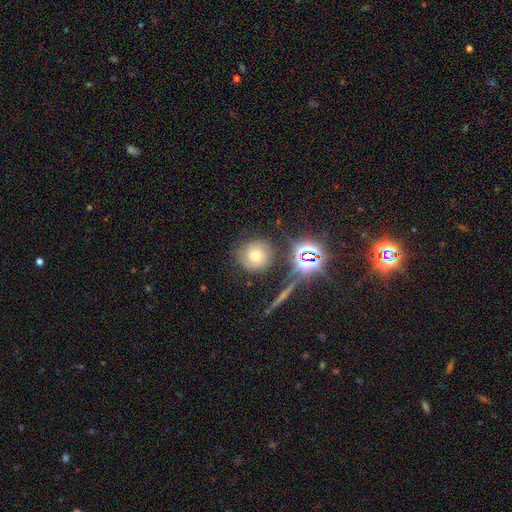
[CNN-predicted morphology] Q: Smooth or featured?
A: smooth (49%); runner-up: star or artifact (26%)
Q: Merging?
A: none (80%); runner-up: minor disturbance (11%)